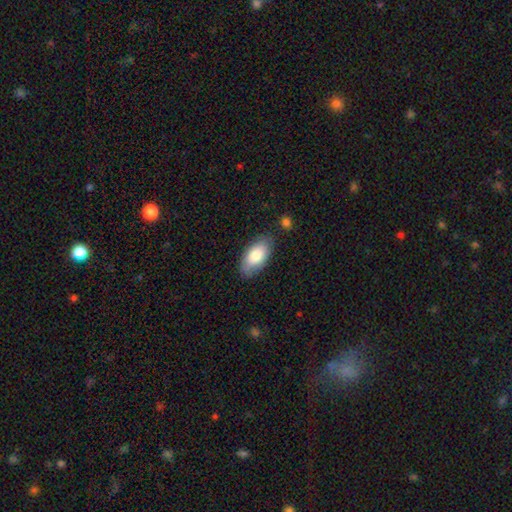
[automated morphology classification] This appears to be a smooth galaxy with no disk features (79%) that is in between round and cigar-shaped (93%). Merging: none (80%).